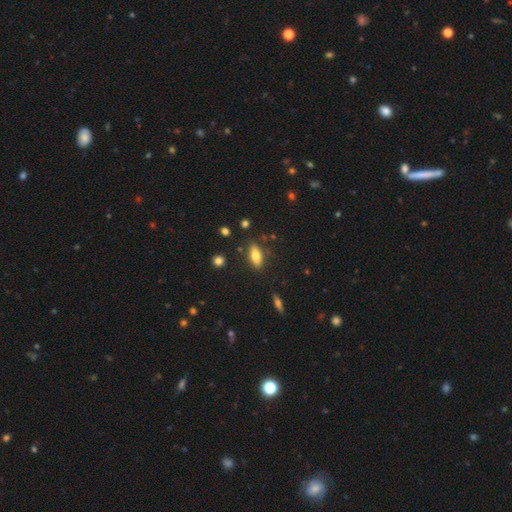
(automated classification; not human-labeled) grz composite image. It shows a smooth galaxy with no disk features (75%) that is in between round and cigar-shaped (76%). Merging: none (81%).